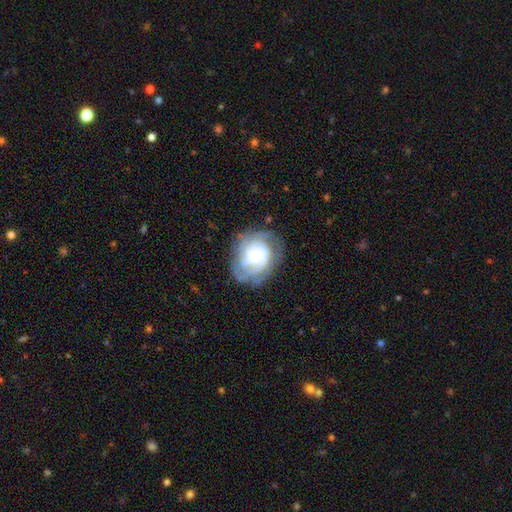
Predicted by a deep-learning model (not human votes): A featured or disk galaxy (81%) with no bar (70%), can't tell (29%, tied with 2) tight (64%) spiral arms (95%) and a small central bulge (67%). Merging: none (71%).